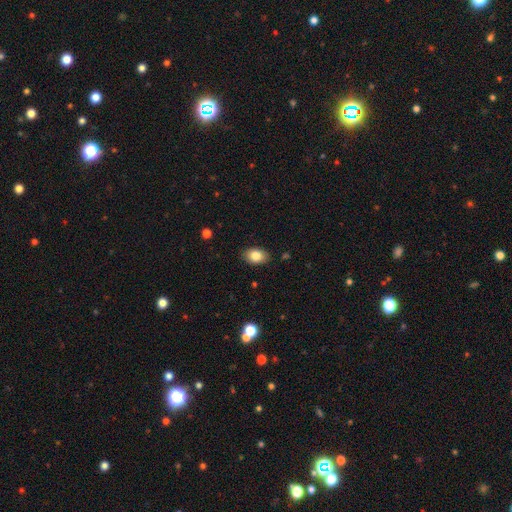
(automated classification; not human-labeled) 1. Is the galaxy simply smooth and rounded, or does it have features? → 83% smooth, 9% featured or disk, 8% star or artifact.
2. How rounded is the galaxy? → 83% in between, 16% round, 1% cigar-shaped.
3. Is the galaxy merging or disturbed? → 87% none, 10% minor disturbance, 2% major disturbance, 1% merger.